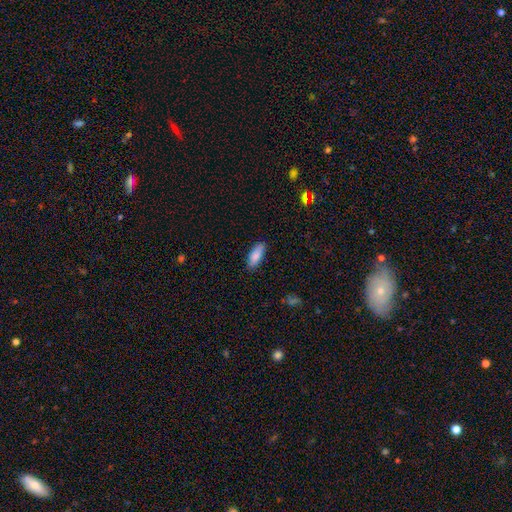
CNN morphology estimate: A smooth galaxy with no disk features (87%) that is in between round and cigar-shaped (72%).

Vote fractions:
- Smooth or featured? smooth: 87% / featured or disk: 7% / star or artifact: 6%
- How rounded? in between: 72% / cigar-shaped: 26% / round: 2%
- Merging? none: 85% / minor disturbance: 12% / major disturbance: 2% / merger: 1%